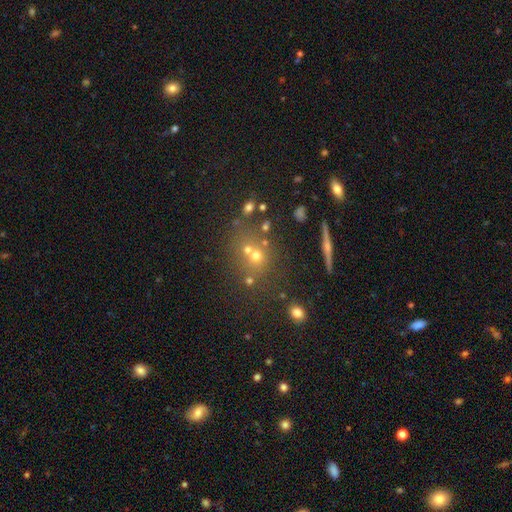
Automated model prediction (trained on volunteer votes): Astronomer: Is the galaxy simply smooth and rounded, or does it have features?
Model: smooth — 49% (runner-up: star or artifact, 29%).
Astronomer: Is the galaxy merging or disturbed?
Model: none — 53% (runner-up: merger, 33%).